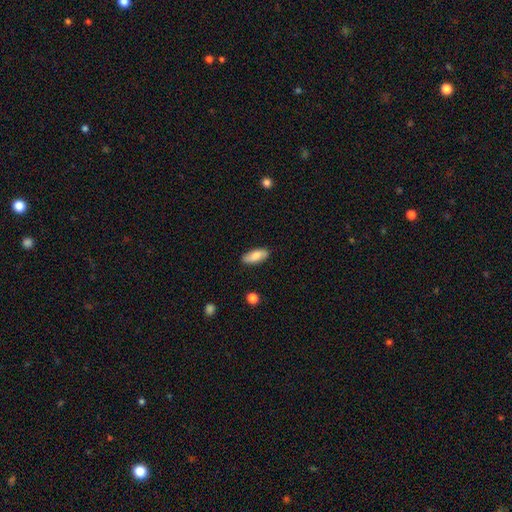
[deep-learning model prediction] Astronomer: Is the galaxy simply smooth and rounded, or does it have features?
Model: smooth — 79%.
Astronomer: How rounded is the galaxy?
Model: in between — 81%.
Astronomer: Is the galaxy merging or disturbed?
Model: none — 85%.